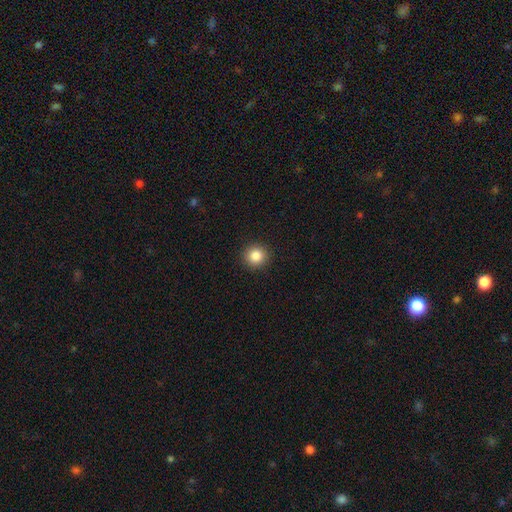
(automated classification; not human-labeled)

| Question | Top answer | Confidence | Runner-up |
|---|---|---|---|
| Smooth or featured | smooth | 85% | star or artifact (11%) |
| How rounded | round | 94% | in between (5%) |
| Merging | none | 92% | minor disturbance (5%) |